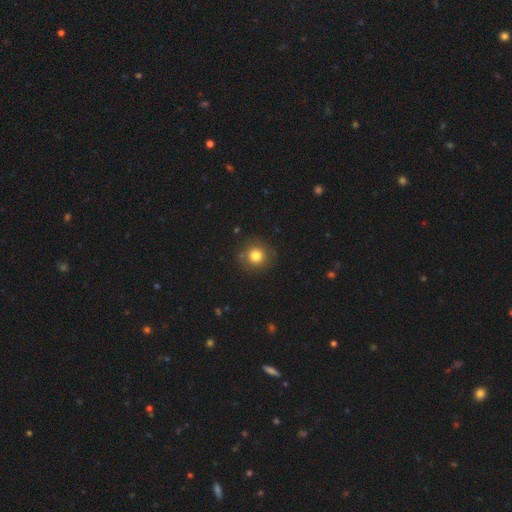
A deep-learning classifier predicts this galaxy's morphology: Smooth or featured? smooth (81%)
How rounded? round (93%)
Merging? none (87%)